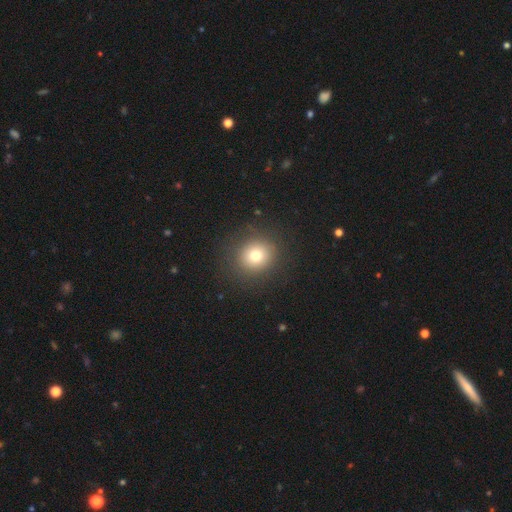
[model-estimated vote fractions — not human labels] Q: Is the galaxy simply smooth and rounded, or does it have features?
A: smooth — 75%.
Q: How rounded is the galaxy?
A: round — 85%.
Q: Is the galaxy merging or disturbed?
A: none — 87%.